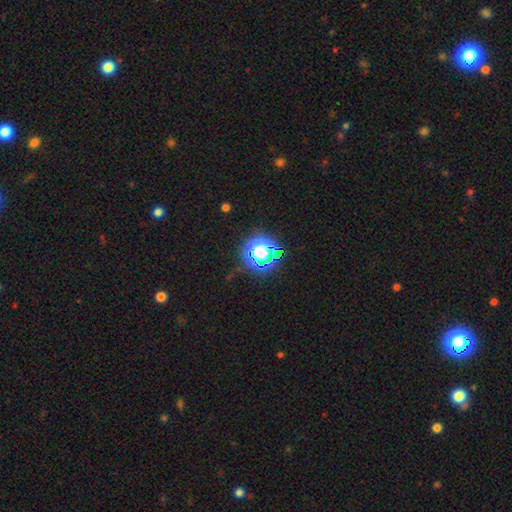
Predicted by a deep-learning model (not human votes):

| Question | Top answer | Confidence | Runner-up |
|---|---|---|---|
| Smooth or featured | star or artifact | 79% | smooth (15%) |